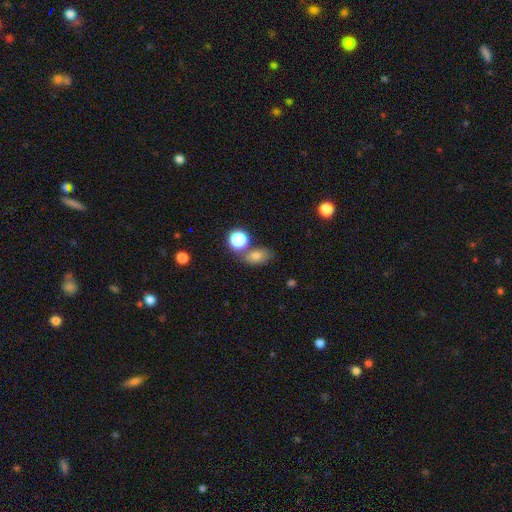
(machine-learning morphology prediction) A smooth galaxy with no disk features (74%) that is in between round and cigar-shaped (74%).

Vote fractions:
- Smooth or featured? smooth: 74% / star or artifact: 16% / featured or disk: 10%
- How rounded? in between: 74% / round: 23% / cigar-shaped: 2%
- Merging? none: 61% / merger: 18% / minor disturbance: 16% / major disturbance: 6%